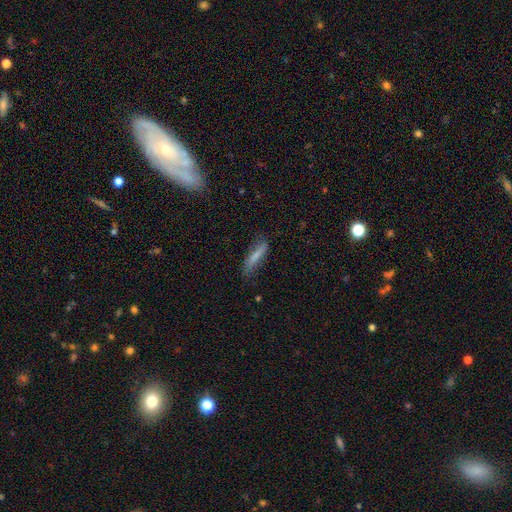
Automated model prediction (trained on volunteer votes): Smooth or featured: smooth — 75% (featured or disk — 18%)
How rounded: cigar-shaped — 79% (in between — 19%)
Merging: none — 68% (minor disturbance — 24%)